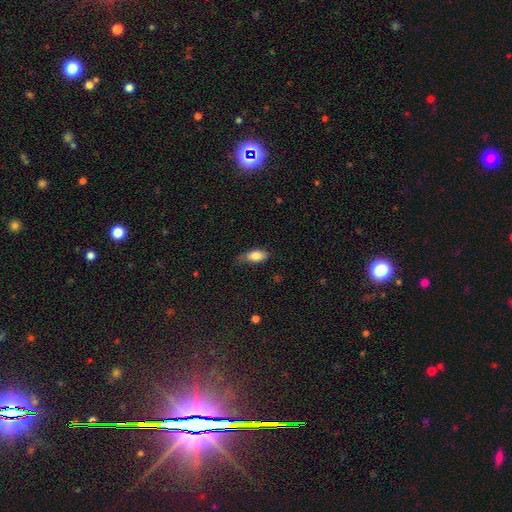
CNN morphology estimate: This is clearly a smooth galaxy (82%). How rounded: clearly in between (87%). Merging: possibly none (56%).